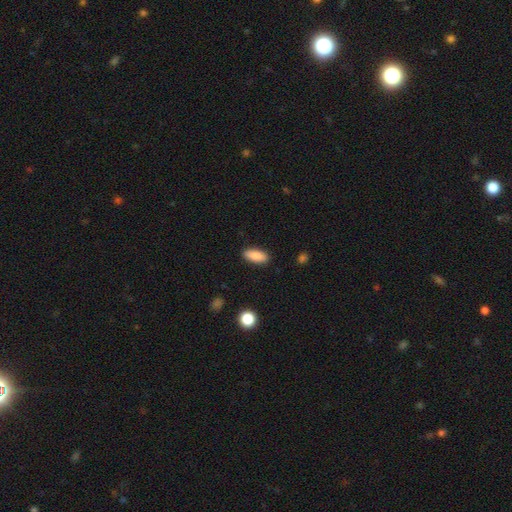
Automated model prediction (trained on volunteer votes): Overall: smooth (88%). How rounded: in between (78%). Merging: none (88%).